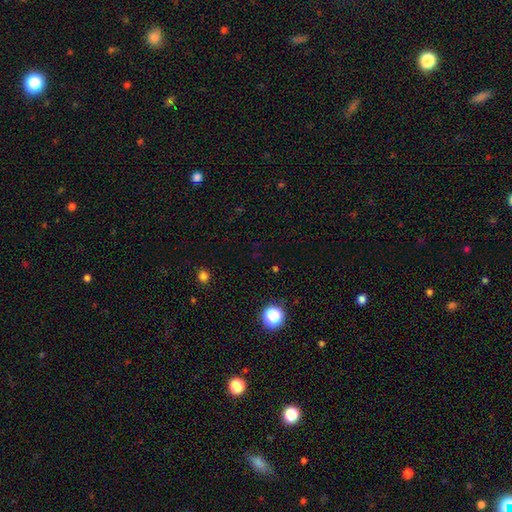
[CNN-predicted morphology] Overall: star or artifact (56%; smooth 38%).